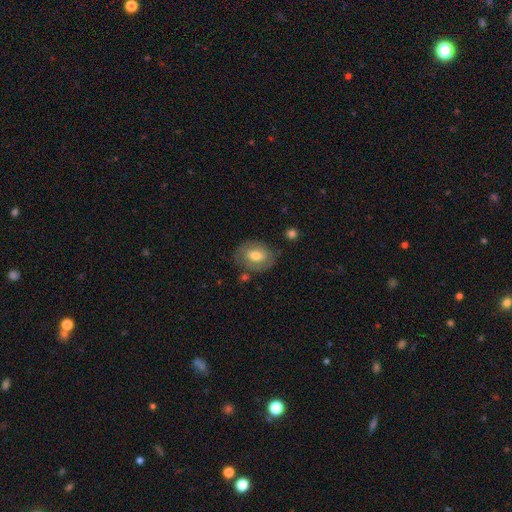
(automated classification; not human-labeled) smooth 46% (tied), featured or disk 46% (tied), star or artifact 7%. Down the decision tree: merging — none (72%).